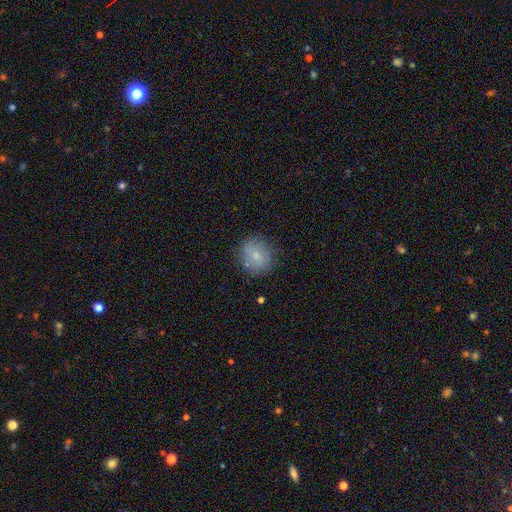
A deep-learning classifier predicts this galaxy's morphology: Smooth or featured?
  - smooth: 74% *
  - featured or disk: 17%
  - star or artifact: 10%
How rounded?
  - round: 80% *
  - in between: 19%
  - cigar-shaped: 1%
Merging?
  - none: 75% *
  - minor disturbance: 17%
  - major disturbance: 5%
  - merger: 3%